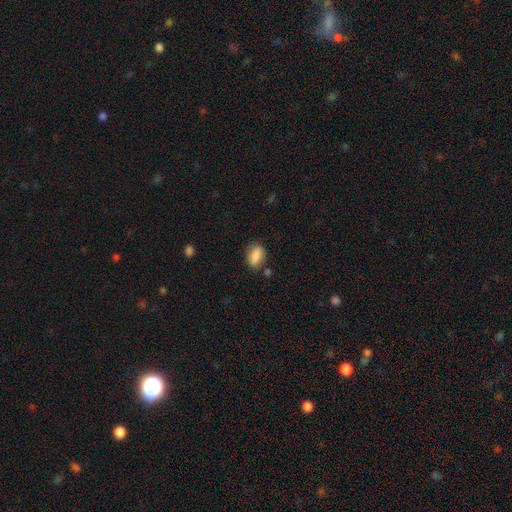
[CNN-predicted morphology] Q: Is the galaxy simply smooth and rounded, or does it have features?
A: smooth — 86%.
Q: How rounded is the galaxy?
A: in between — 85%.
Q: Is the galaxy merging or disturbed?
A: none — 75%.